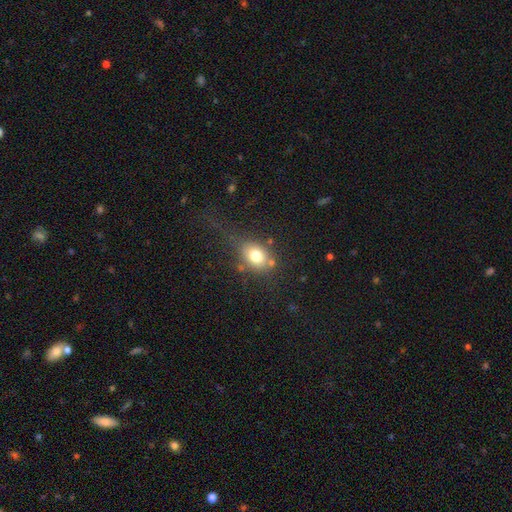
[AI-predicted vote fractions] Q: Smooth or featured?
A: smooth (76%); runner-up: featured or disk (14%)
Q: How rounded?
A: in between (62%); runner-up: round (36%)
Q: Merging?
A: none (61%); runner-up: minor disturbance (19%)